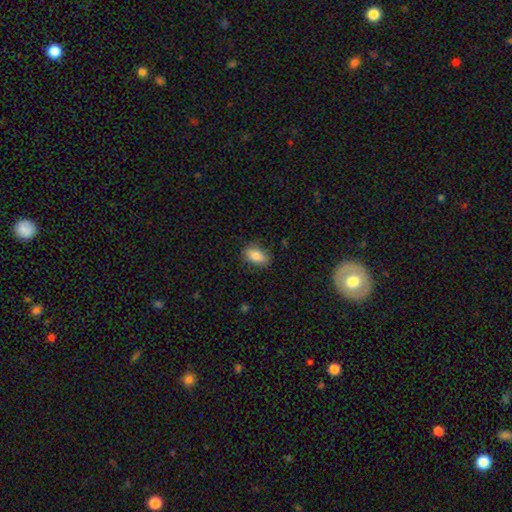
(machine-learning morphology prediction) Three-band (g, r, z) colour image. It shows a smooth galaxy with no disk features (83%) that is in between round and cigar-shaped (88%). Merging: none (82%).